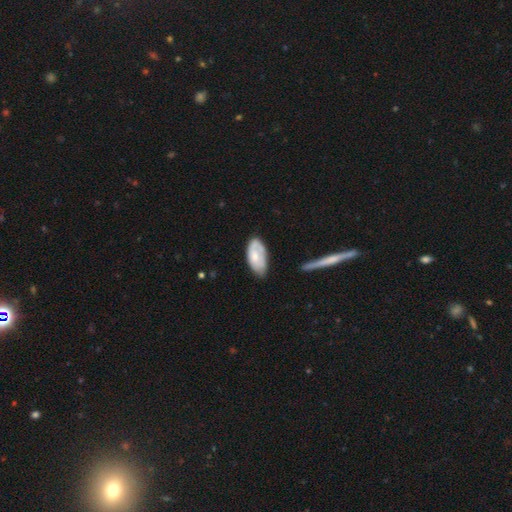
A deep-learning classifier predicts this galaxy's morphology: Smooth or featured: smooth — 58% (featured or disk — 37%)
How rounded: in between — 93% (cigar-shaped — 4%)
Merging: none — 56% (minor disturbance — 32%)